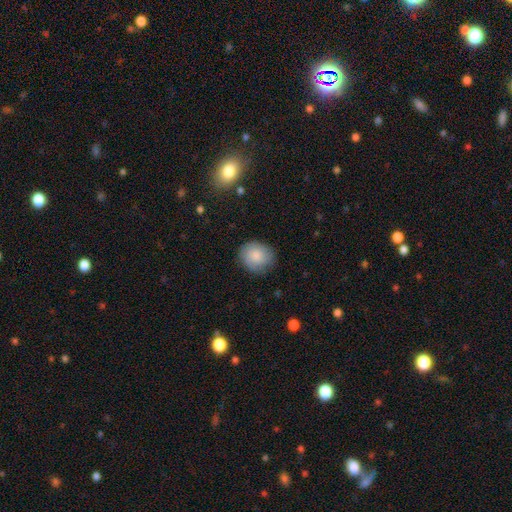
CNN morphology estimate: Smooth or featured?
  - smooth: 83% *
  - featured or disk: 11%
  - star or artifact: 6%
How rounded?
  - round: 75% *
  - in between: 24%
  - cigar-shaped: 1%
Merging?
  - none: 80% *
  - minor disturbance: 15%
  - major disturbance: 3%
  - merger: 1%